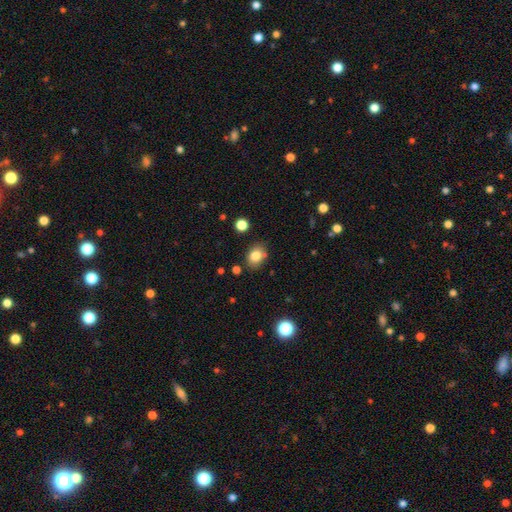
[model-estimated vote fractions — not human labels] Smooth or featured: smooth — 82% (star or artifact — 11%)
How rounded: in between — 51% (round — 48%)
Merging: none — 78% (minor disturbance — 15%)